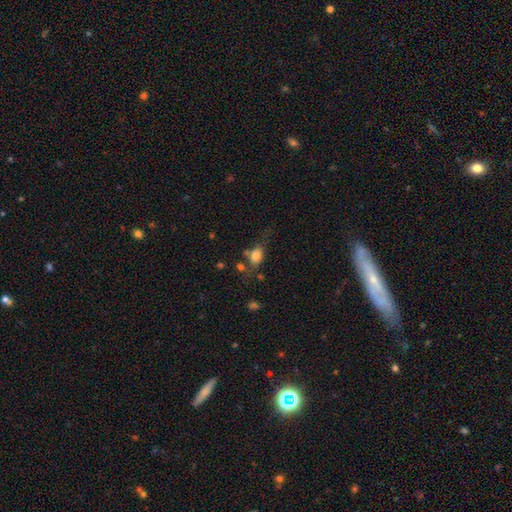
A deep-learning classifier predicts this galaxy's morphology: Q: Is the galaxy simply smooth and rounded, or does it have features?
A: smooth — 76%.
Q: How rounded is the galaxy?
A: in between — 69%.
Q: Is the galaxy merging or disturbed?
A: none — 52%.